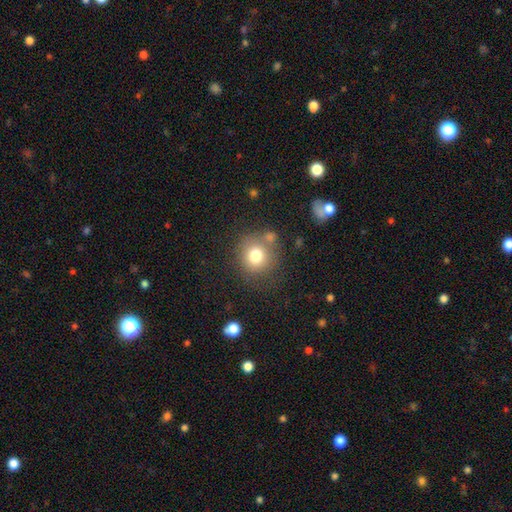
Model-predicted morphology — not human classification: This appears to be a smooth galaxy with no disk features (77%) that is round (87%). Merging: none (68%).